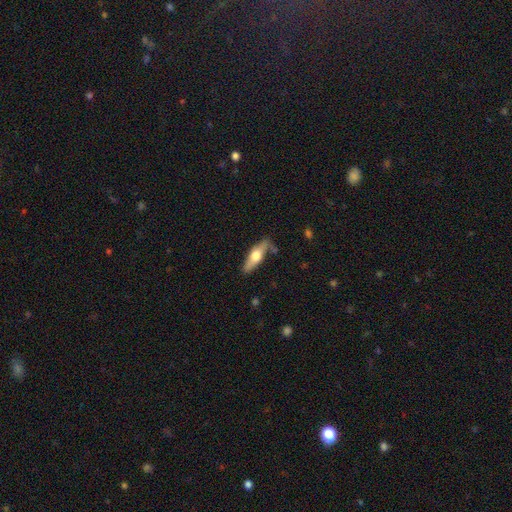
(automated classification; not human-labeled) A featured or disk galaxy (49%).

Vote fractions:
- Smooth or featured? featured or disk: 49% / smooth: 46% / star or artifact: 5%
- Merging? none: 71% / minor disturbance: 20% / major disturbance: 5% / merger: 4%